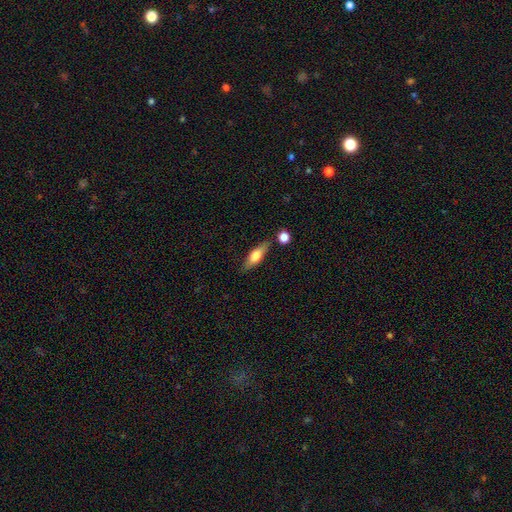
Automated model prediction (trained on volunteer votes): smooth-or-featured: smooth: 61% | featured or disk: 33% | star or artifact: 7%
  how-rounded: in between: 52% | cigar-shaped: 44% | round: 4%
  merging: none: 74% | minor disturbance: 14% | merger: 8% | major disturbance: 4%